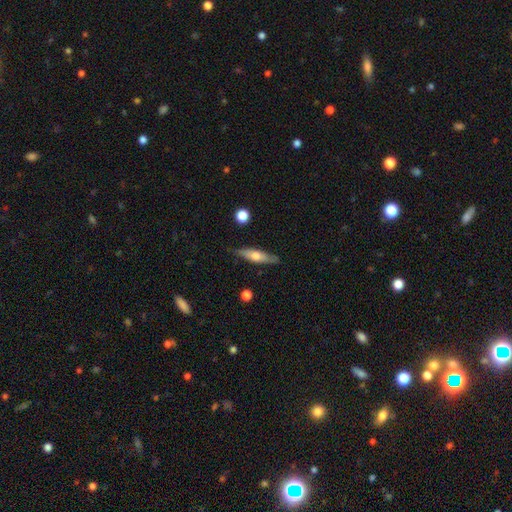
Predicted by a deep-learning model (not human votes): The model was most divided on "smooth or featured" (2-way tie): featured or disk: 47%, smooth: 47%, star or artifact: 6%. More confident: merging — none (82%).